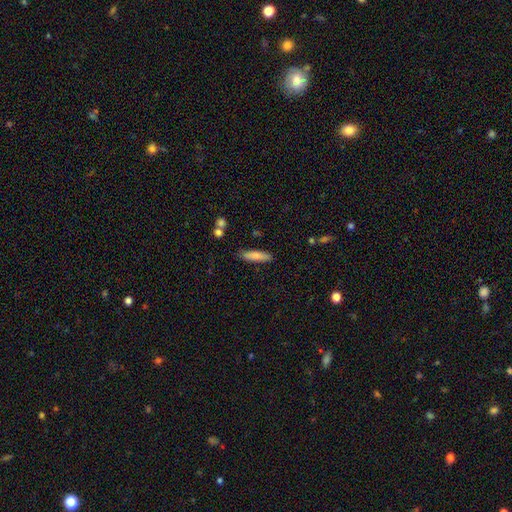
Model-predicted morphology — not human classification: smooth 80%, featured or disk 14%, star or artifact 6%. Down the decision tree: how rounded — cigar-shaped (76%); merging — none (85%).